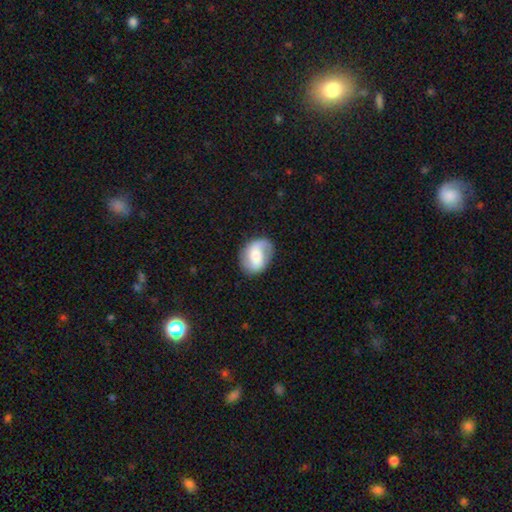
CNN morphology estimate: A featured or disk galaxy (65%) with no bar (42%), 2 (79%) medium (41%) spiral arms (90%) and a moderate central bulge (47%).

Vote fractions:
- Smooth or featured? featured or disk: 65% / smooth: 29% / star or artifact: 6%
- Edge-on disk? no: 97% / yes: 3%
- Bar? no: 42% / weak: 41% / strong: 17%
- Spiral arms? yes: 90% / no: 10%
- Spiral winding? medium: 41% / loose: 38% / tight: 21%
- Spiral arm count? 2: 79% / 1: 12% / can't tell: 6% / 3: 1% / 4: 1% / more than 4: 1%
- Bulge size? moderate: 47% / small: 33% / large: 13% / none: 4% / dominant: 3%
- Merging? none: 77% / minor disturbance: 16% / major disturbance: 6% / merger: 1%